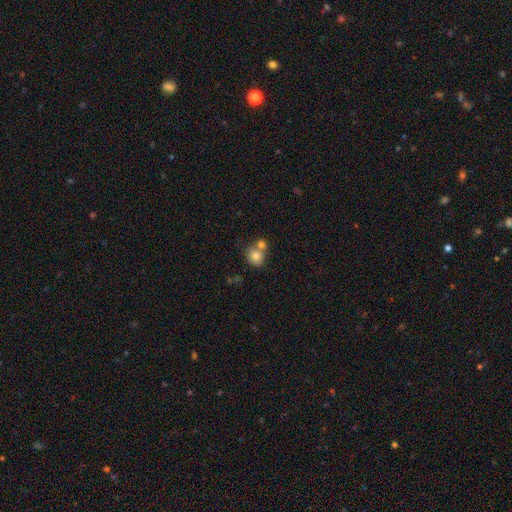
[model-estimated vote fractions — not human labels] smooth-or-featured: smooth: 79% | featured or disk: 11% | star or artifact: 10%
  how-rounded: round: 76% | in between: 23% | cigar-shaped: 1%
  merging: none: 47% | merger: 41% | minor disturbance: 9% | major disturbance: 3%